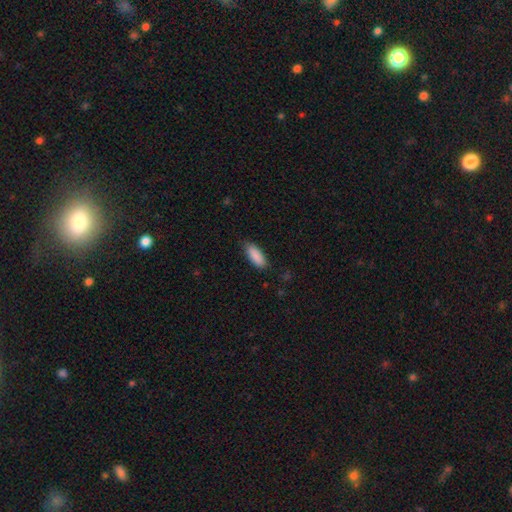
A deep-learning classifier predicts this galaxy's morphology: smooth_or_featured: smooth (p=0.89) [alt: star or artifact p=0.06]
how_rounded: in between (p=0.76) [alt: cigar-shaped p=0.22]
merging: none (p=0.79) [alt: minor disturbance p=0.17]